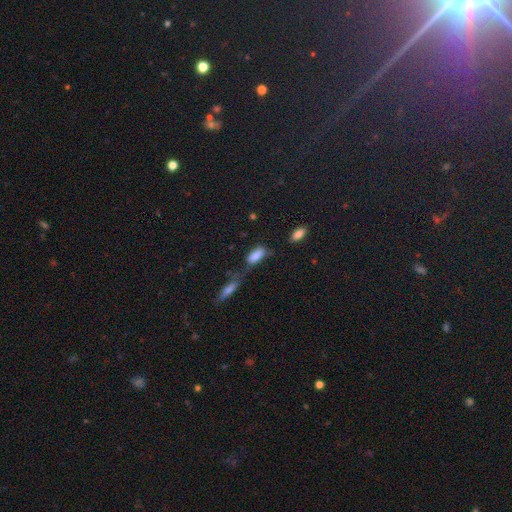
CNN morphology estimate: Smooth or featured?
  - smooth: 83% *
  - star or artifact: 9%
  - featured or disk: 8%
How rounded?
  - in between: 79% *
  - cigar-shaped: 18%
  - round: 2%
Merging?
  - none: 43% *
  - minor disturbance: 25%
  - merger: 20%
  - major disturbance: 12%